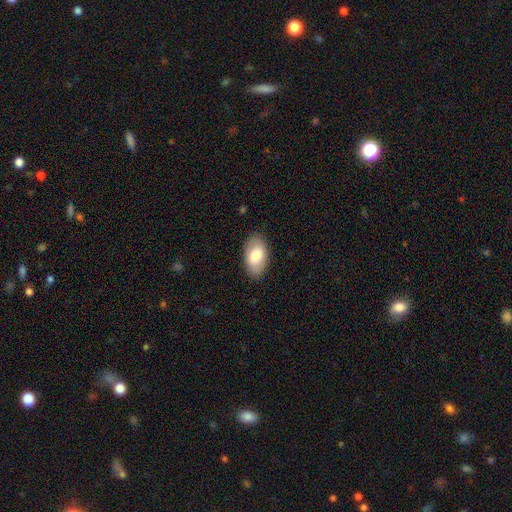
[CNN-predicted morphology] smooth-or-featured: smooth: 76% | featured or disk: 18% | star or artifact: 6%
  how-rounded: in between: 94% | round: 4% | cigar-shaped: 1%
  merging: none: 86% | minor disturbance: 11% | major disturbance: 3% | merger: 1%